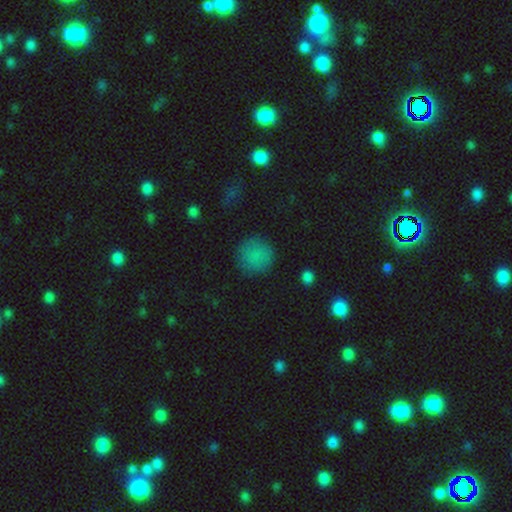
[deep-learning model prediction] smooth_or_featured: smooth (p=0.82) [alt: star or artifact p=0.12]
how_rounded: round (p=0.93) [alt: in between p=0.06]
merging: none (p=0.85) [alt: minor disturbance p=0.10]